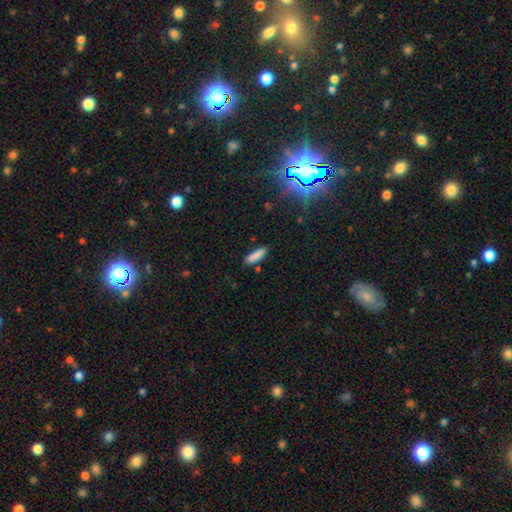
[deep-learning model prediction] Smooth or featured?
  - smooth: 86% *
  - star or artifact: 8%
  - featured or disk: 6%
How rounded?
  - cigar-shaped: 64% *
  - in between: 34%
  - round: 2%
Merging?
  - none: 85% *
  - minor disturbance: 11%
  - merger: 2%
  - major disturbance: 2%